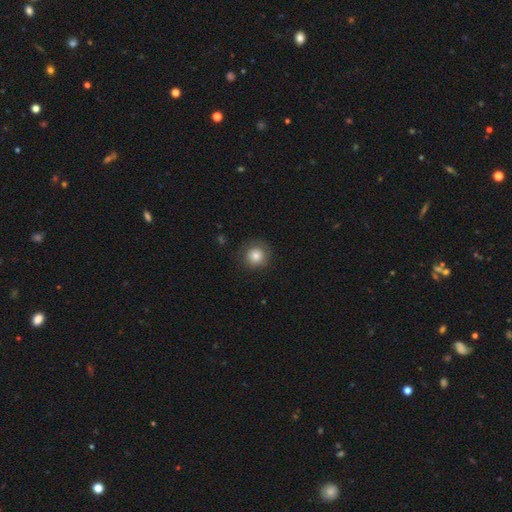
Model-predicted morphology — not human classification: smooth_or_featured: smooth (p=0.79) [alt: featured or disk p=0.11]
how_rounded: round (p=0.92) [alt: in between p=0.07]
merging: none (p=0.81) [alt: minor disturbance p=0.13]